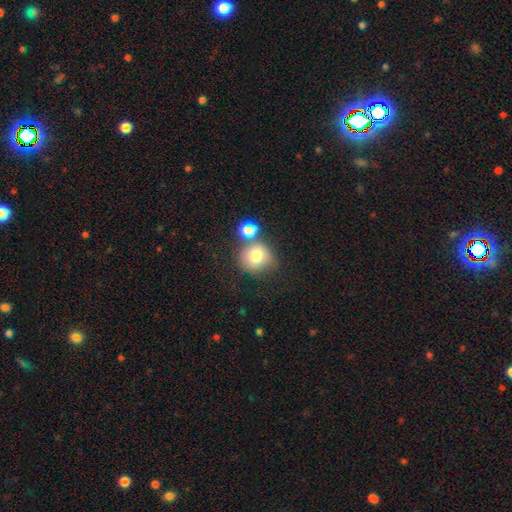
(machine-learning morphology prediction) Smooth or featured: smooth — 75% (star or artifact — 12%)
How rounded: round — 85% (in between — 14%)
Merging: none — 60% (merger — 20%)